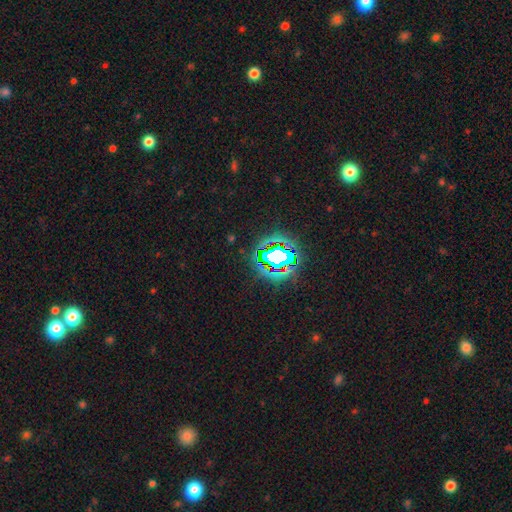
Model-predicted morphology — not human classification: Overall: star or artifact (72%).